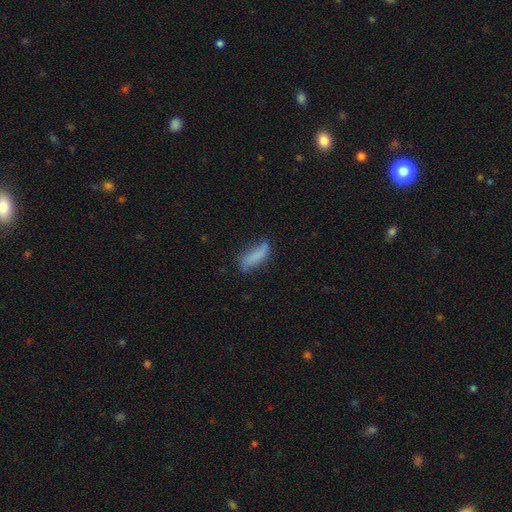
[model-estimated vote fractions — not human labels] smooth-or-featured: smooth: 73% | featured or disk: 19% | star or artifact: 8%
  how-rounded: in between: 52% | cigar-shaped: 45% | round: 2%
  merging: none: 52% | minor disturbance: 32% | major disturbance: 12% | merger: 4%